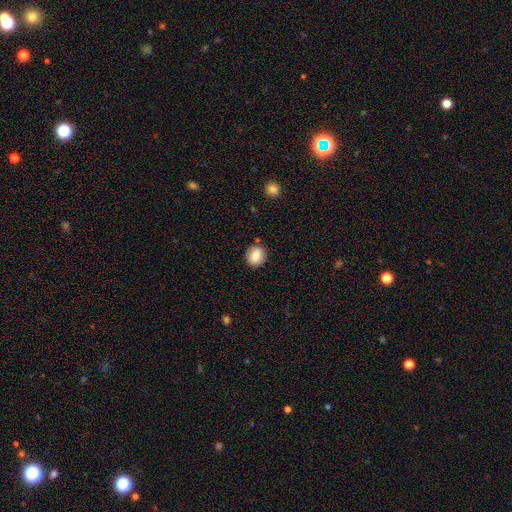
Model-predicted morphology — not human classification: Smooth or featured? smooth (83%)
How rounded? round (81%)
Merging? none (86%)